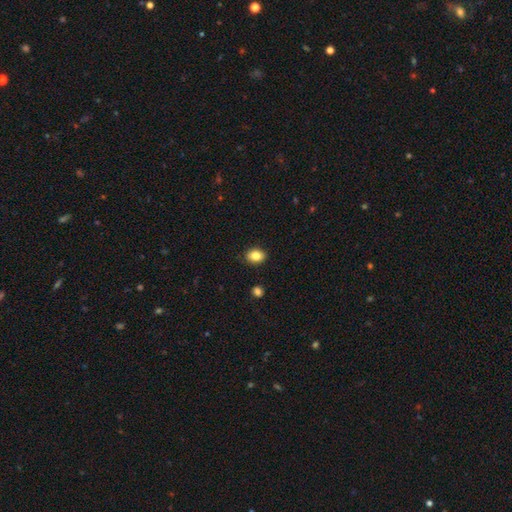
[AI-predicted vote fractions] The model was most divided on "how rounded": in between: 65%, round: 34%, cigar-shaped: 1%. More confident: merging — none (89%); smooth or featured — smooth (85%).